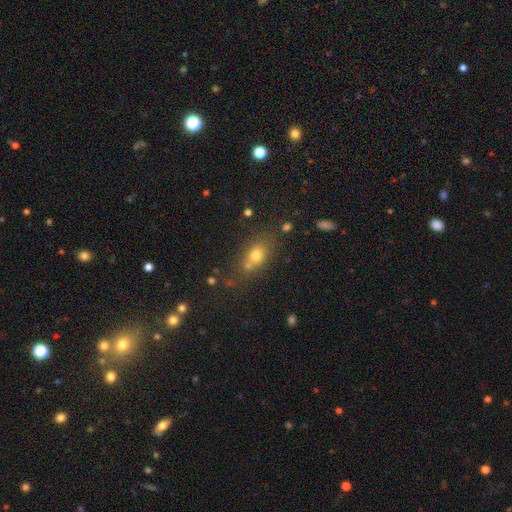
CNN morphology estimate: smooth_or_featured: smooth (p=0.67) [alt: star or artifact p=0.17]
how_rounded: in between (p=0.59) [alt: round p=0.35]
merging: none (p=0.52) [alt: merger p=0.29]